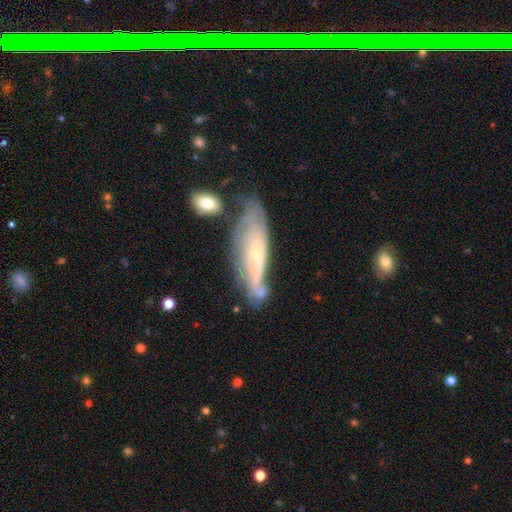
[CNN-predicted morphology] Q: Smooth or featured?
A: featured or disk (65%); runner-up: smooth (27%)
Q: Edge-on disk?
A: no (74%); runner-up: yes (26%)
Q: Merging?
A: none (47%); runner-up: minor disturbance (26%)